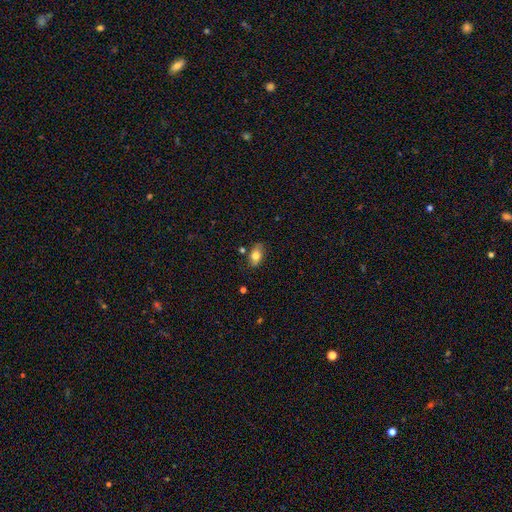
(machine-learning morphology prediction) type=smooth (78%); roundness=in between (89%); merging=none (77%).